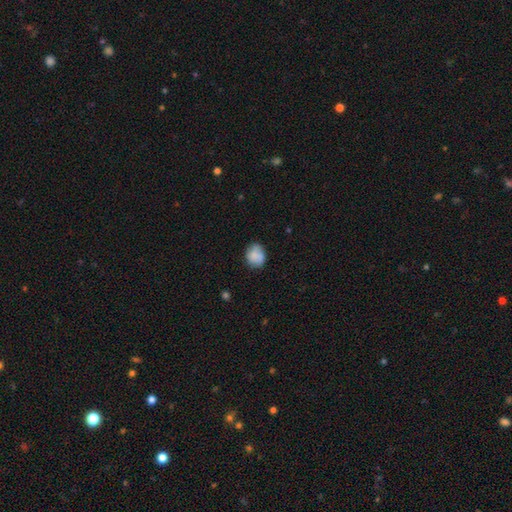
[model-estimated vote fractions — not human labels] Q: Smooth or featured?
A: smooth (72%); runner-up: featured or disk (20%)
Q: How rounded?
A: round (63%); runner-up: in between (36%)
Q: Merging?
A: none (62%); runner-up: minor disturbance (23%)